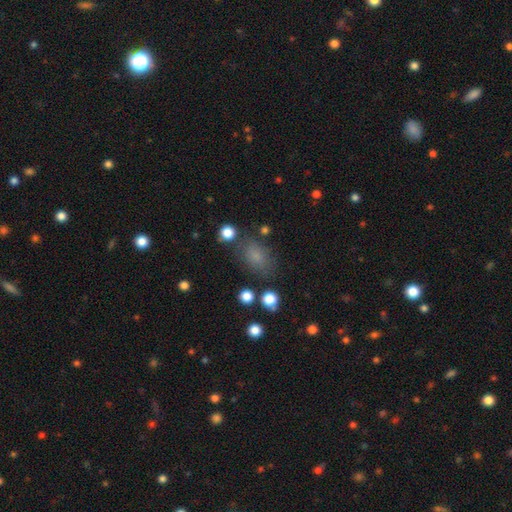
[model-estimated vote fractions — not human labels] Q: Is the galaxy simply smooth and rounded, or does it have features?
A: smooth — 74%.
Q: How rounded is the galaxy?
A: in between — 79%.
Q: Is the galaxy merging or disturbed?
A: none — 76%.